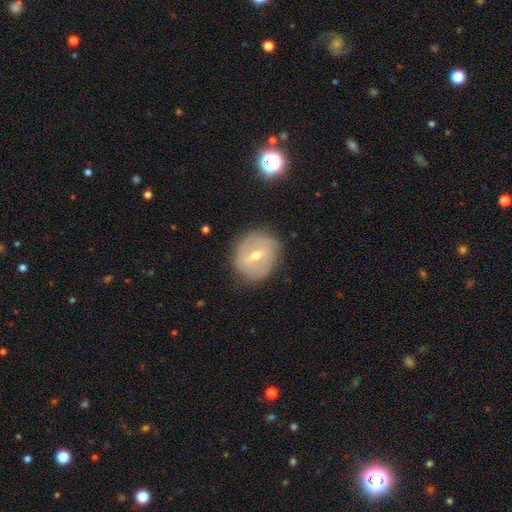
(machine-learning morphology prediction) The model was most divided on "bulge size": moderate: 51%, small: 47%, large: 1%, none: 1%, dominant: 1%. More confident: edge-on disk — no (95%); merging — none (80%); smooth or featured — featured or disk (62%); spiral arms — yes (59%); bar — weak (52%).